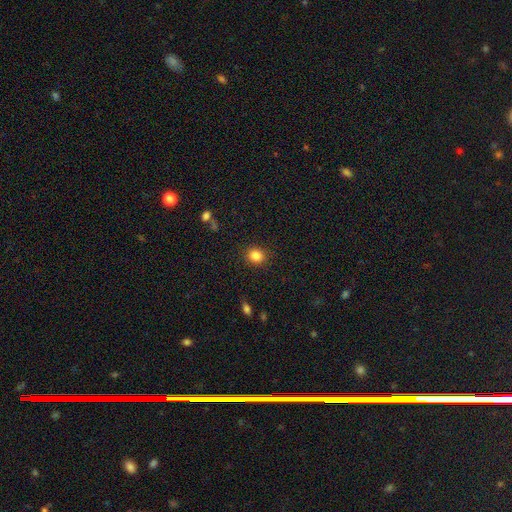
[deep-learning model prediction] Smooth or featured: smooth — 84% (star or artifact — 11%)
How rounded: round — 77% (in between — 22%)
Merging: none — 89% (minor disturbance — 7%)